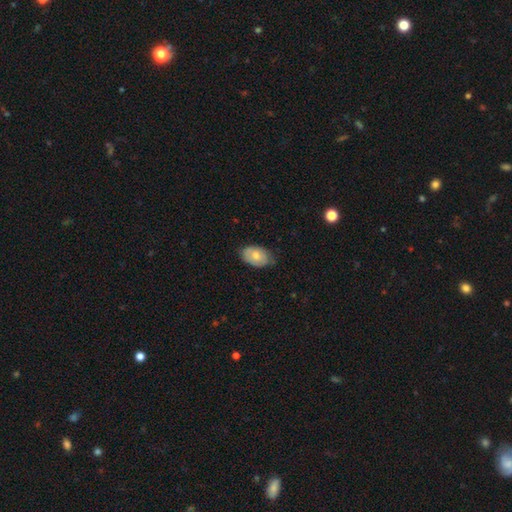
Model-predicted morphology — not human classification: Smooth or featured? smooth (69%)
How rounded? in between (90%)
Merging? none (70%)